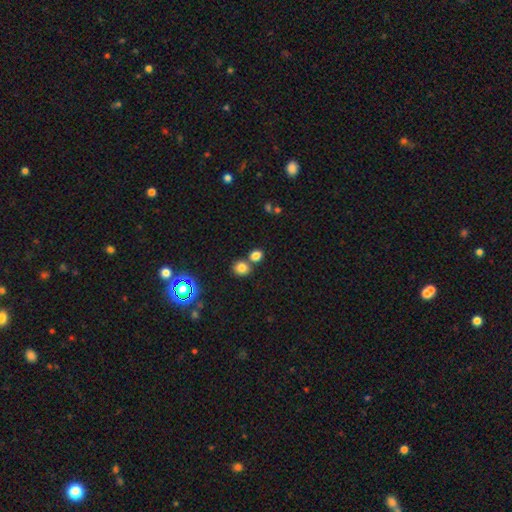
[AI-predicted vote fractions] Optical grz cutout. It shows a smooth galaxy with no disk features (79%) that is round (72%). Merging: none (57%).